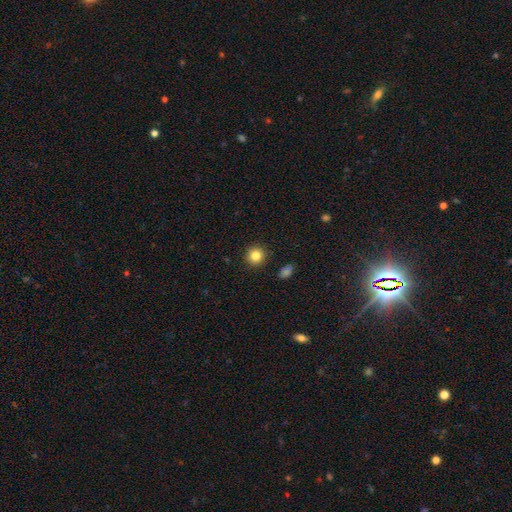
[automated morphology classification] Smooth or featured?
  - smooth: 84% *
  - star or artifact: 11%
  - featured or disk: 6%
How rounded?
  - round: 92% *
  - in between: 7%
  - cigar-shaped: 1%
Merging?
  - none: 92% *
  - minor disturbance: 5%
  - major disturbance: 2%
  - merger: 1%